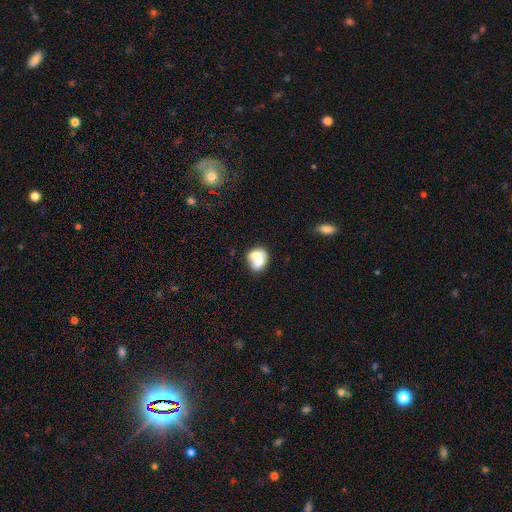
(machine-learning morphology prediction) Smooth or featured? smooth (65%)
How rounded? in between (51%)
Merging? merger (54%)